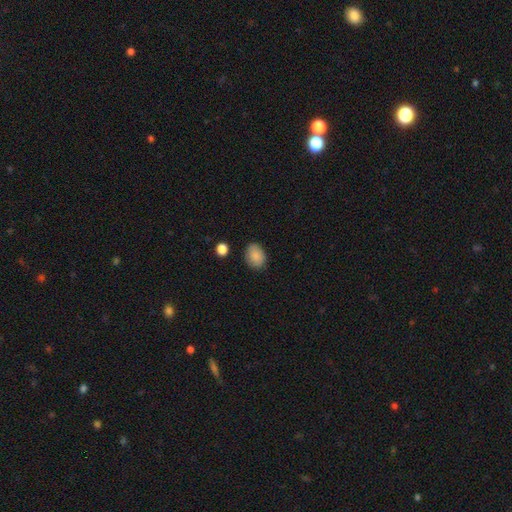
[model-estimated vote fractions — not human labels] smooth 87%, star or artifact 7%, featured or disk 5%. Down the decision tree: how rounded — in between (69%); merging — none (83%).